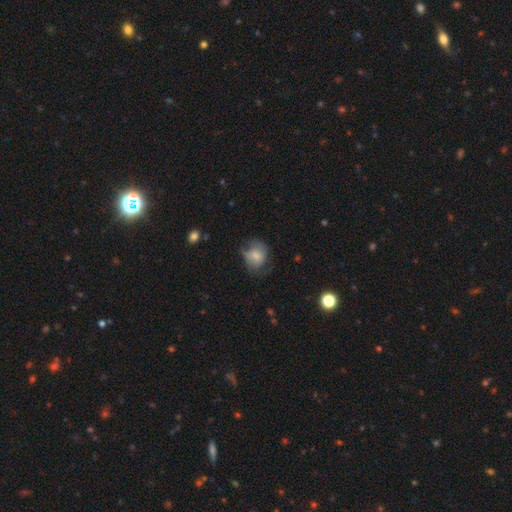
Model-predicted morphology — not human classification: A smooth galaxy with no disk features (75%) that is round (62%).

Vote fractions:
- Smooth or featured? smooth: 75% / featured or disk: 18% / star or artifact: 8%
- How rounded? round: 62% / in between: 37% / cigar-shaped: 1%
- Merging? none: 55% / minor disturbance: 29% / major disturbance: 15% / merger: 1%